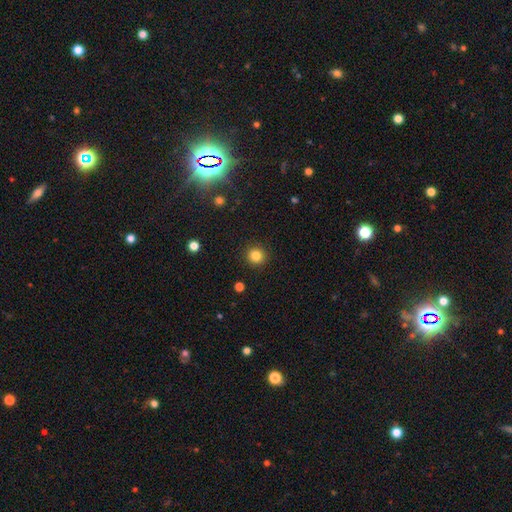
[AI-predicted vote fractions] smooth-or-featured: smooth: 84% | star or artifact: 12% | featured or disk: 5%
  how-rounded: round: 93% | in between: 6% | cigar-shaped: 1%
  merging: none: 91% | minor disturbance: 5% | major disturbance: 2% | merger: 1%